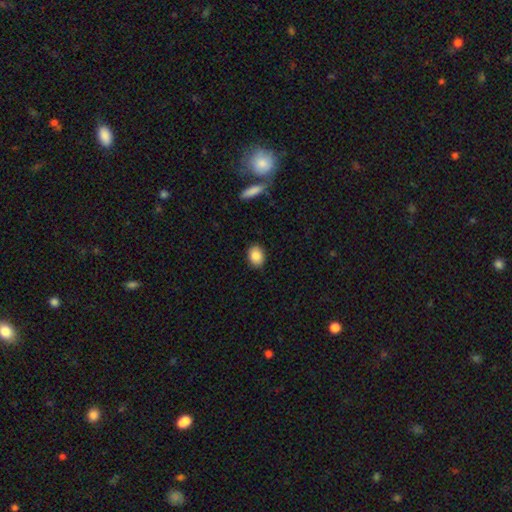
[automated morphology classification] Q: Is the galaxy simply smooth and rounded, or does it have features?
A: smooth — 87%.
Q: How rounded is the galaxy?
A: in between — 66%.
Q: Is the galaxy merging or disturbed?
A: none — 89%.